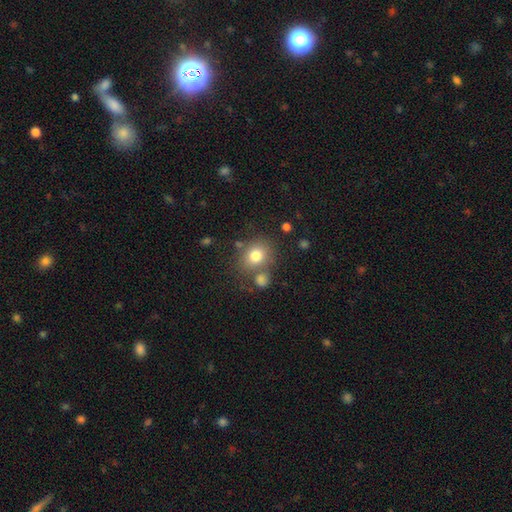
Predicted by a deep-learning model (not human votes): Smooth or featured? Predicted: smooth (p=0.78). How rounded? Predicted: round (p=0.66). Merging? Predicted: none (p=0.66).